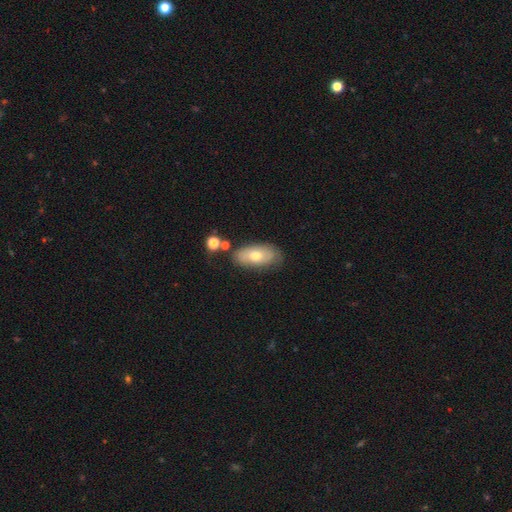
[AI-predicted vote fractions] smooth_or_featured: smooth (p=0.61) [alt: featured or disk p=0.32]
how_rounded: in between (p=0.87) [alt: cigar-shaped p=0.08]
merging: none (p=0.69) [alt: minor disturbance p=0.19]